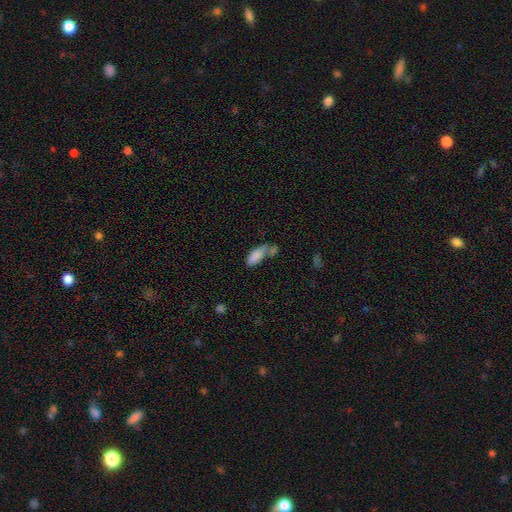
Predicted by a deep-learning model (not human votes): The model was most divided on "merging": merger: 38%, none: 37%, minor disturbance: 17%, major disturbance: 8%. More confident: smooth or featured — smooth (84%); how rounded — in between (81%).